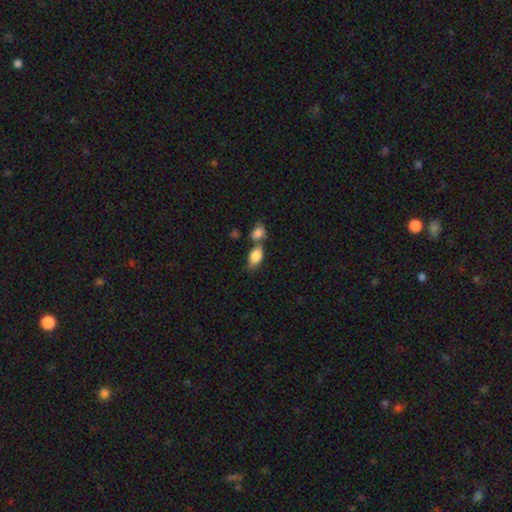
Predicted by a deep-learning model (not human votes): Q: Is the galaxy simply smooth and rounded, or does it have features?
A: smooth — 84%.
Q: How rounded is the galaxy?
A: in between — 88%.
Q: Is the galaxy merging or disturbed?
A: merger — 46%.